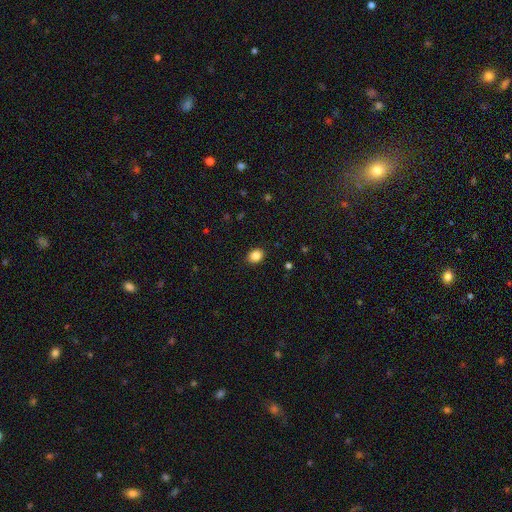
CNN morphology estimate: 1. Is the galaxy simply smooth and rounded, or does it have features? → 87% smooth, 10% star or artifact, 4% featured or disk.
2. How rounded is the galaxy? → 53% round, 46% in between, 1% cigar-shaped.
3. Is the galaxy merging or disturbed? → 90% none, 7% minor disturbance, 2% major disturbance, 1% merger.